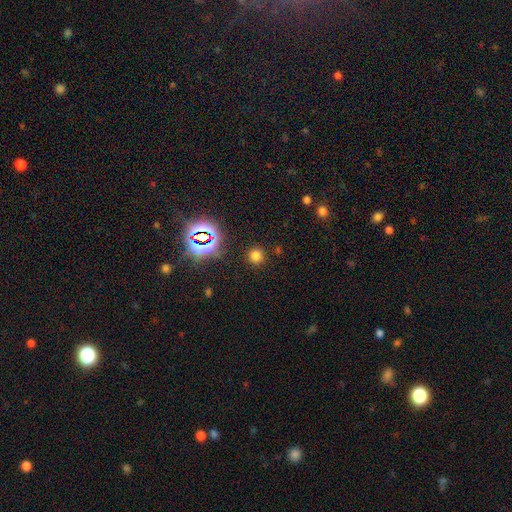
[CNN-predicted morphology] Q: Smooth or featured?
A: smooth (71%); runner-up: star or artifact (24%)
Q: How rounded?
A: round (92%); runner-up: in between (7%)
Q: Merging?
A: none (89%); runner-up: minor disturbance (6%)